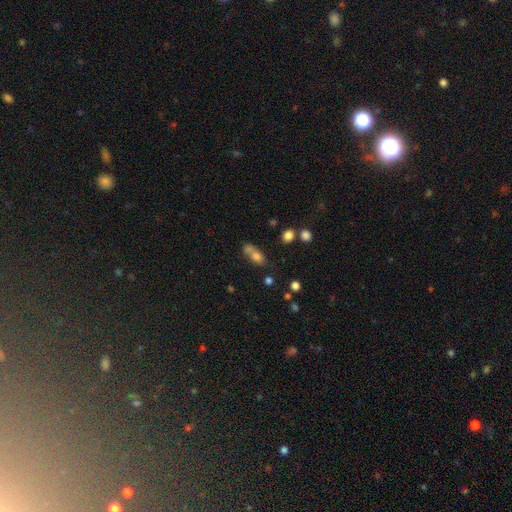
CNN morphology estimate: This appears to be a smooth galaxy with no disk features (74%) that is in between round and cigar-shaped (71%). Merging: merger (44%).